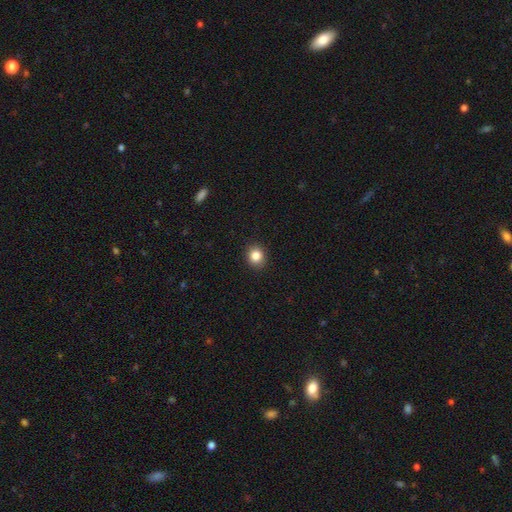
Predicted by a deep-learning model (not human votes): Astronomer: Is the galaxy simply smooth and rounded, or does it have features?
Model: smooth — 84%.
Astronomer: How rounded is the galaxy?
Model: round — 77%.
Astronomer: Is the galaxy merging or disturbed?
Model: none — 91%.